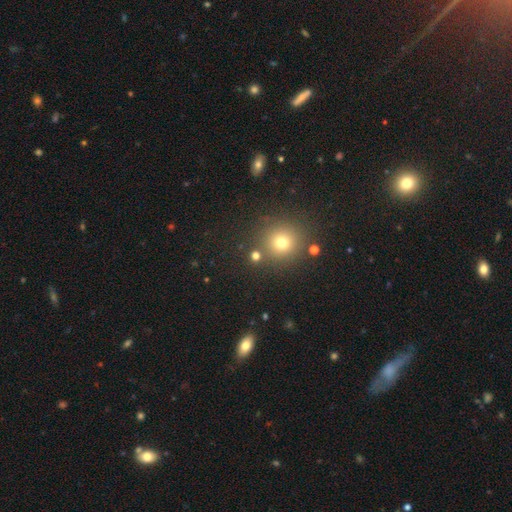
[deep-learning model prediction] smooth 68%, star or artifact 25%, featured or disk 7%. Down the decision tree: how rounded — round (91%); merging — none (82%).